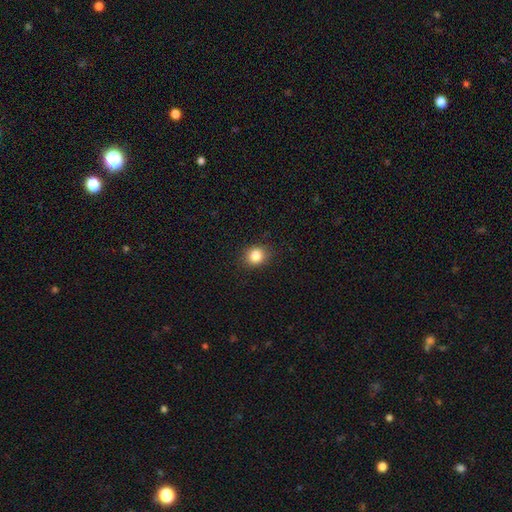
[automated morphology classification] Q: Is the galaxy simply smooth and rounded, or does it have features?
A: smooth — 84%.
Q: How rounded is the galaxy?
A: round — 75%.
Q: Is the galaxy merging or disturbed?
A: none — 89%.